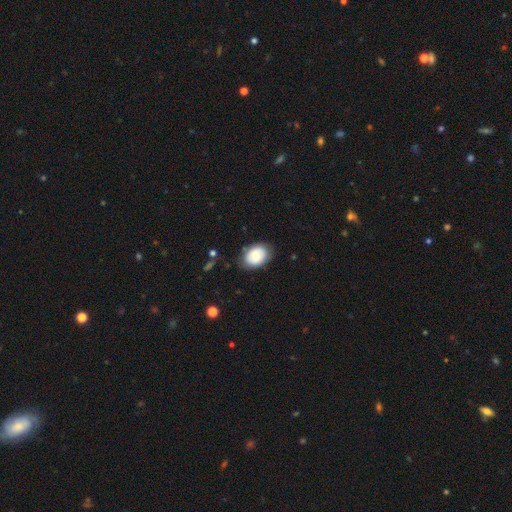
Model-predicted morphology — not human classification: This appears to be a smooth galaxy with no disk features (72%) that is in between round and cigar-shaped (73%). Merging: none (78%).